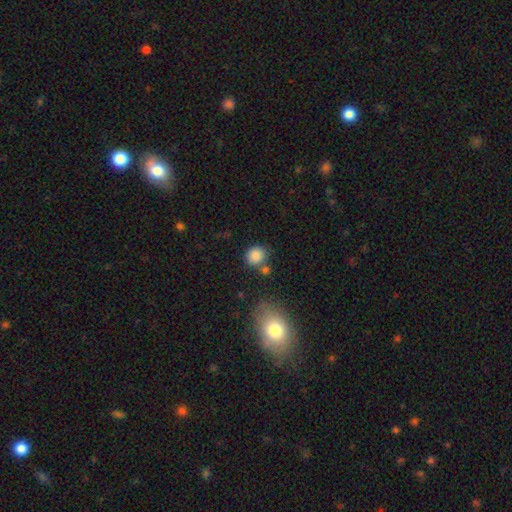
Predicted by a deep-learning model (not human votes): The model was most divided on "merging": none: 70%, merger: 13%, minor disturbance: 13%, major disturbance: 4%. More confident: smooth or featured — smooth (86%); how rounded — round (84%).